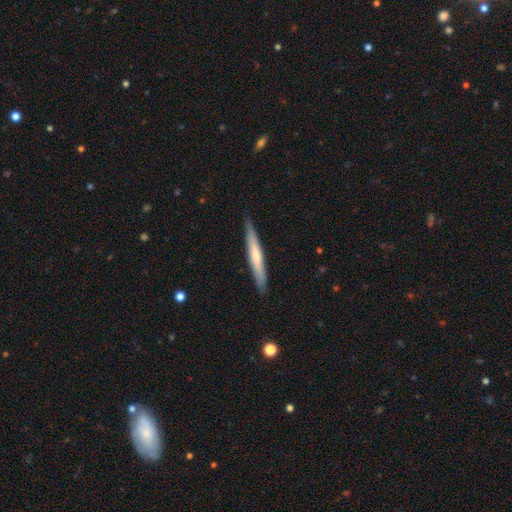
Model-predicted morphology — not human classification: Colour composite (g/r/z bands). It shows a smooth galaxy with no disk features (53%) that is cigar-shaped (95%). Merging: none (89%).